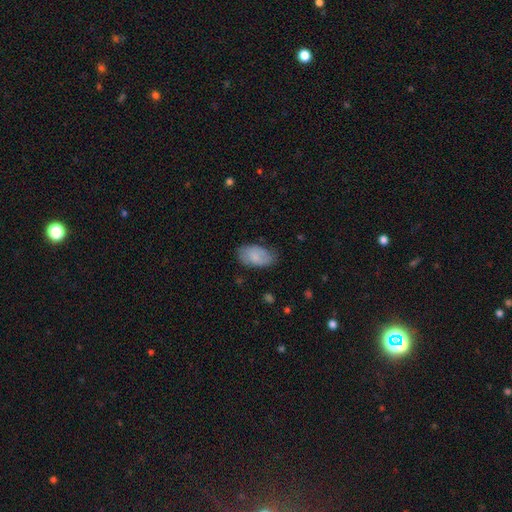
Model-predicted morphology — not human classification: Q: Smooth or featured?
A: smooth (77%); runner-up: featured or disk (16%)
Q: How rounded?
A: in between (94%); runner-up: round (4%)
Q: Merging?
A: none (67%); runner-up: minor disturbance (25%)